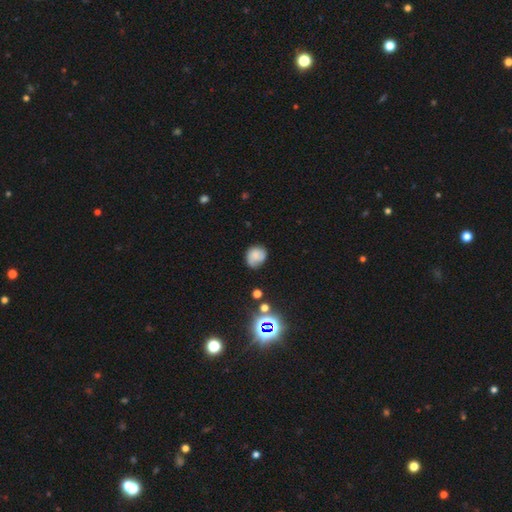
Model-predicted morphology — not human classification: Smooth or featured? Predicted: smooth (p=0.63). How rounded? Predicted: round (p=0.71). Merging? Predicted: none (p=0.61).